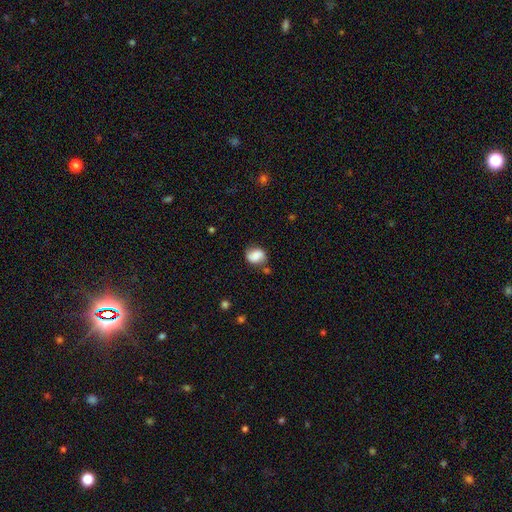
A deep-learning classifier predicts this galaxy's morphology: smooth 71%, featured or disk 20%, star or artifact 9%. Down the decision tree: how rounded — in between (49%, tied with round); merging — none (61%).